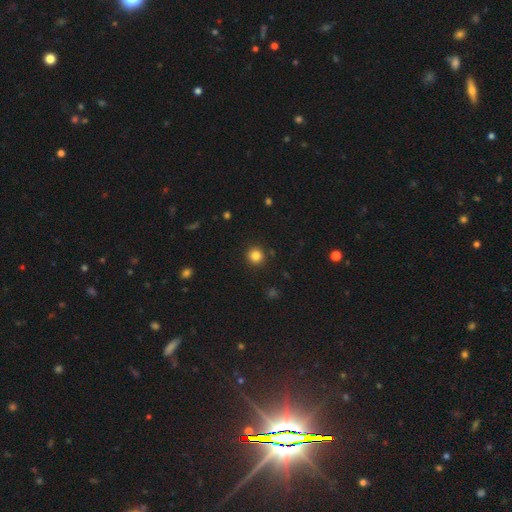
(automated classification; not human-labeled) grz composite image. It shows a smooth galaxy with no disk features (84%) that is round (94%). Merging: none (90%).